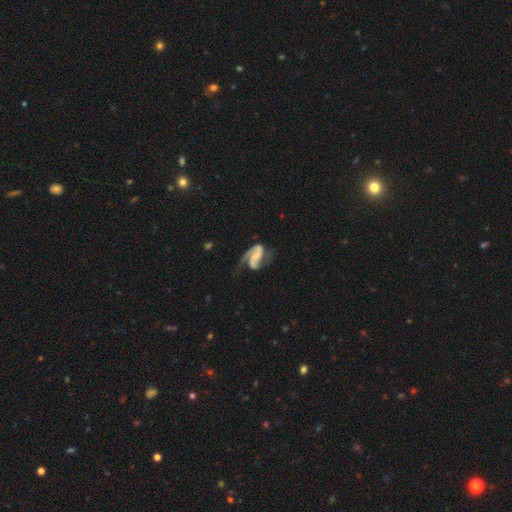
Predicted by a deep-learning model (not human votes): Smooth or featured?
  - featured or disk: 85% *
  - smooth: 10%
  - star or artifact: 5%
Edge-on disk?
  - no: 97% *
  - yes: 3%
Bar?
  - weak: 39% *
  - no: 31%
  - strong: 30%
Spiral arms?
  - yes: 96% *
  - no: 4%
Spiral winding?
  - medium: 47% *
  - loose: 35%
  - tight: 18%
Spiral arm count?
  - 2: 78% *
  - 1: 15%
  - can't tell: 3%
  - 3: 2%
  - 4: 1%
  - more than 4: 1%
Bulge size?
  - small: 42% *
  - none: 29%
  - moderate: 22%
  - large: 5%
  - dominant: 2%
Merging?
  - none: 46% *
  - major disturbance: 28%
  - minor disturbance: 22%
  - merger: 4%